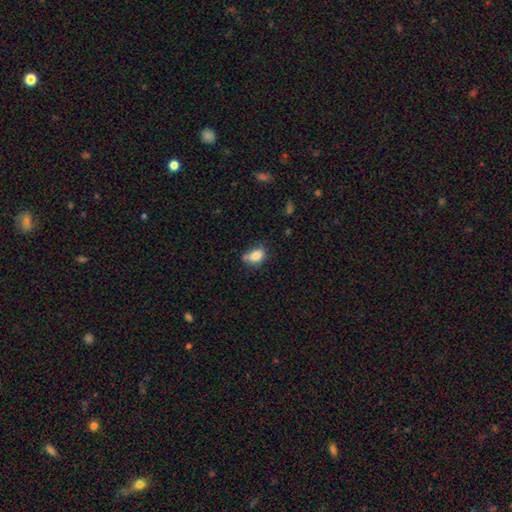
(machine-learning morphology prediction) This appears to be a smooth galaxy with no disk features (84%) that is in between round and cigar-shaped (77%). Merging: none (56%).